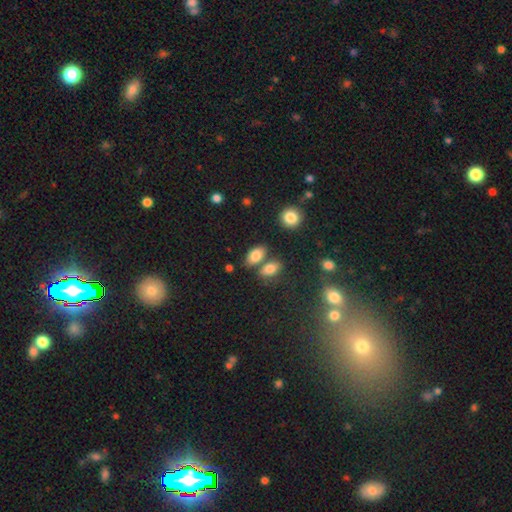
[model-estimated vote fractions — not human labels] Smooth or featured?
  - smooth: 81% *
  - featured or disk: 9%
  - star or artifact: 9%
How rounded?
  - in between: 89% *
  - round: 8%
  - cigar-shaped: 3%
Merging?
  - none: 65% *
  - merger: 20%
  - minor disturbance: 12%
  - major disturbance: 4%